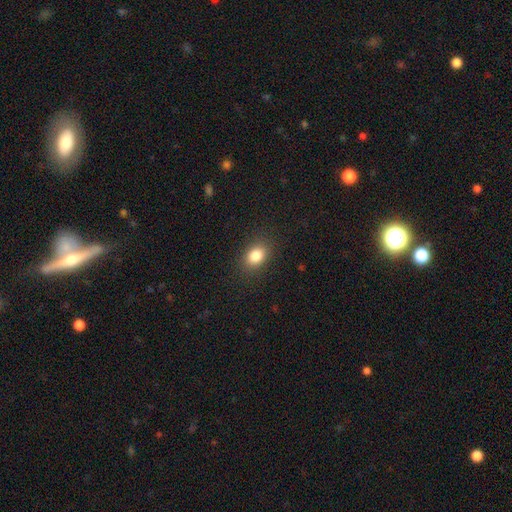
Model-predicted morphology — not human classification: Smooth or featured? smooth (84%)
How rounded? in between (69%)
Merging? none (87%)